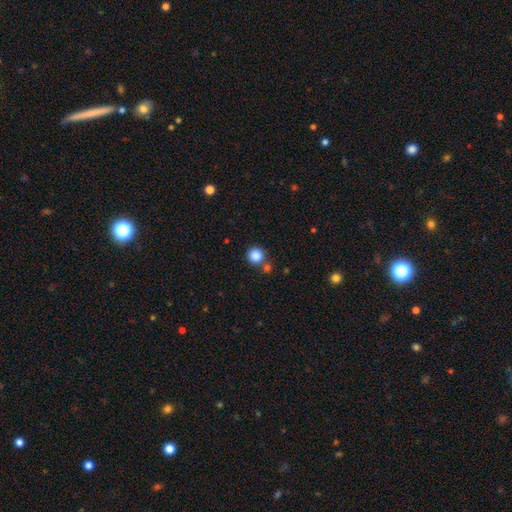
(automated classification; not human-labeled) A smooth galaxy with no disk features (86%) that is round (94%). Merging: none (73%).